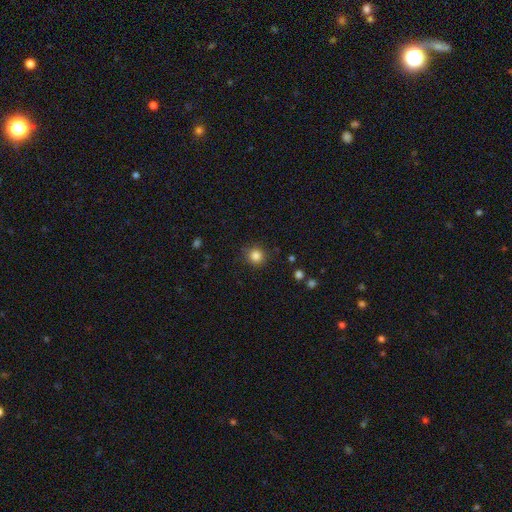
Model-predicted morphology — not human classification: Smooth or featured? Predicted: smooth (p=0.84). How rounded? Predicted: round (p=0.93). Merging? Predicted: none (p=0.87).